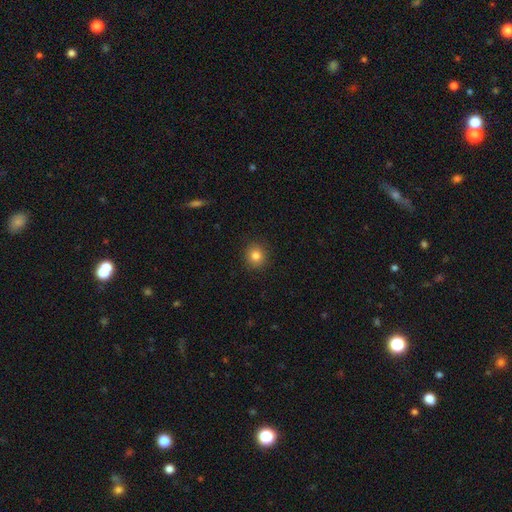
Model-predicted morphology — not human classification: Smooth or featured: smooth — 83% (star or artifact — 11%)
How rounded: round — 90% (in between — 9%)
Merging: none — 91% (minor disturbance — 6%)